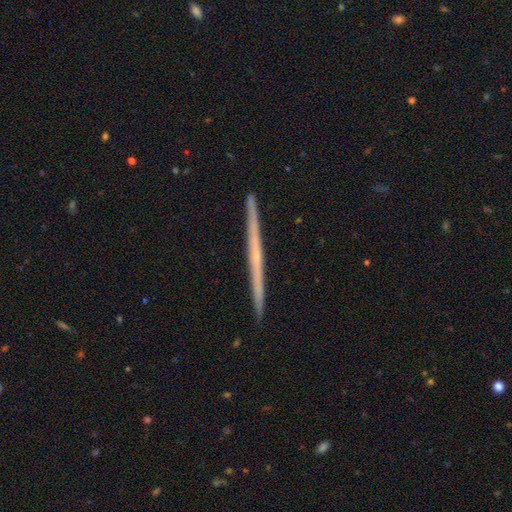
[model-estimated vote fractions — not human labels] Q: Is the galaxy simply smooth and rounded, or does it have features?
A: featured or disk — 69%.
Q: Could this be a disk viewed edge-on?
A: yes — 98%.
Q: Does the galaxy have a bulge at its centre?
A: none — 78%.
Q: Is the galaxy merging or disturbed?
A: none — 93%.